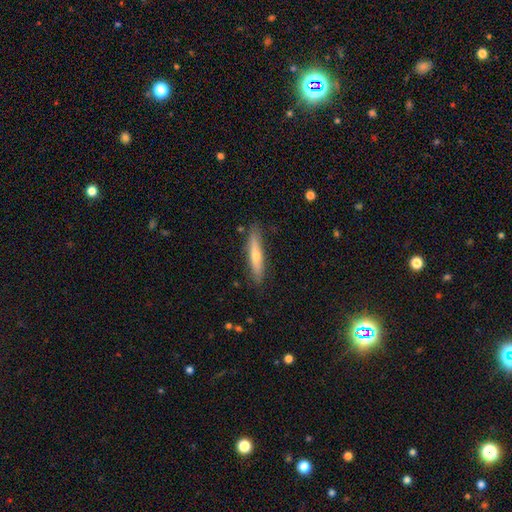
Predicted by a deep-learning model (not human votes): Smooth or featured? smooth (49%)
Merging? none (84%)